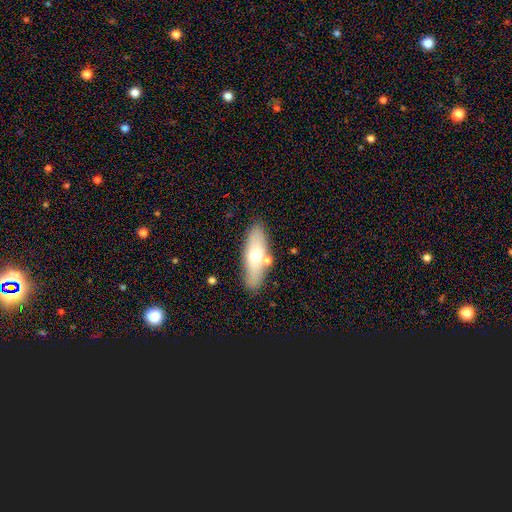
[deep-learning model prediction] This is possibly a smooth galaxy (60%). How rounded: possibly in between (56%). Merging: likely none (78%).